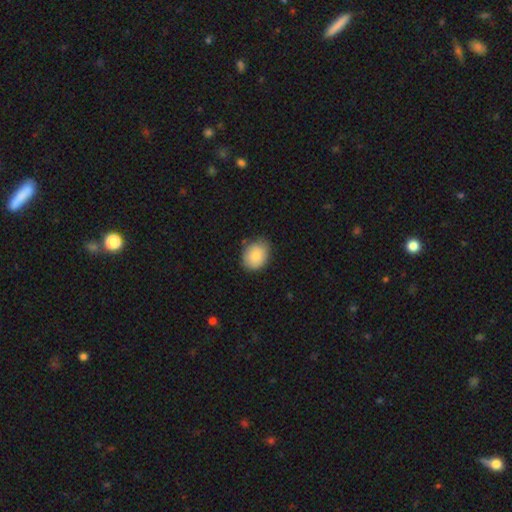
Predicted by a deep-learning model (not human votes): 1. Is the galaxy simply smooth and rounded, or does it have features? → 85% smooth, 8% featured or disk, 7% star or artifact.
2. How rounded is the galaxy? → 55% in between, 44% round, 1% cigar-shaped.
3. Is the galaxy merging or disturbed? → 77% none, 19% minor disturbance, 3% major disturbance, 1% merger.